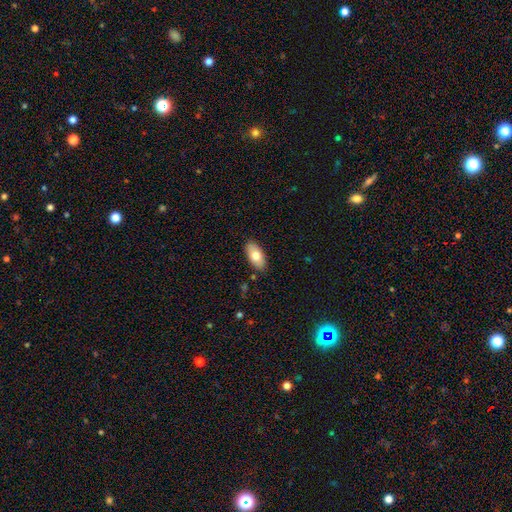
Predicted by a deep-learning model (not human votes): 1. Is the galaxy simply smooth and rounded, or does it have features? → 77% smooth, 17% featured or disk, 6% star or artifact.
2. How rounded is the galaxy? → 92% in between, 6% cigar-shaped, 3% round.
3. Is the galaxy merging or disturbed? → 87% none, 10% minor disturbance, 2% major disturbance, 1% merger.